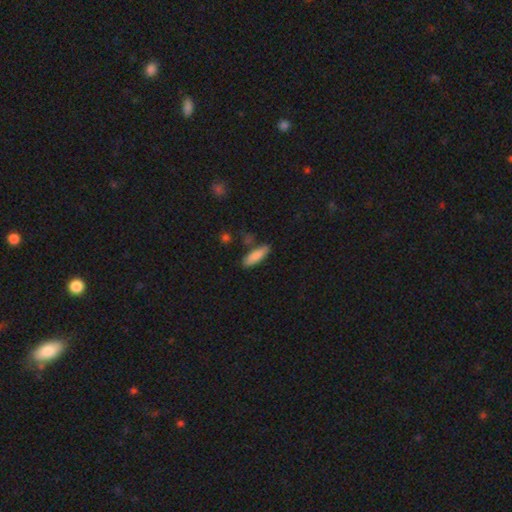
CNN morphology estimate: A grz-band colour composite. It shows a smooth galaxy with no disk features (85%) that is cigar-shaped (49%, tied with in between). Merging: none (78%).